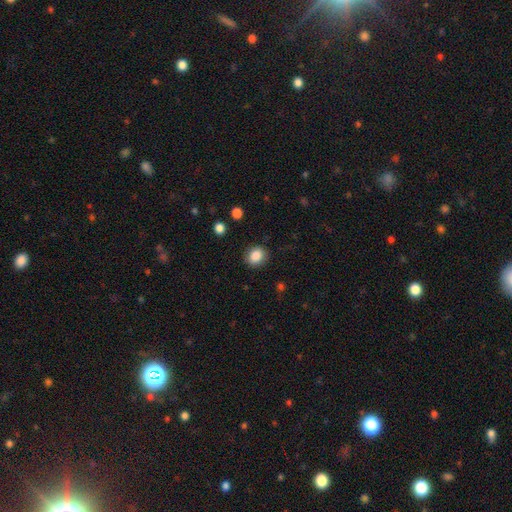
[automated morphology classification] The model was most divided on "how rounded": round: 70%, in between: 29%, cigar-shaped: 1%. More confident: merging — none (88%); smooth or featured — smooth (86%).